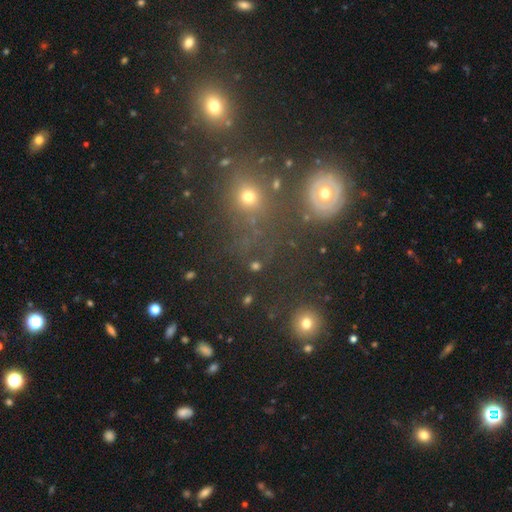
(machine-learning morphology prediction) The model was most divided on "smooth or featured": smooth: 46%, star or artifact: 42%, featured or disk: 13%. More confident: merging — none (66%).